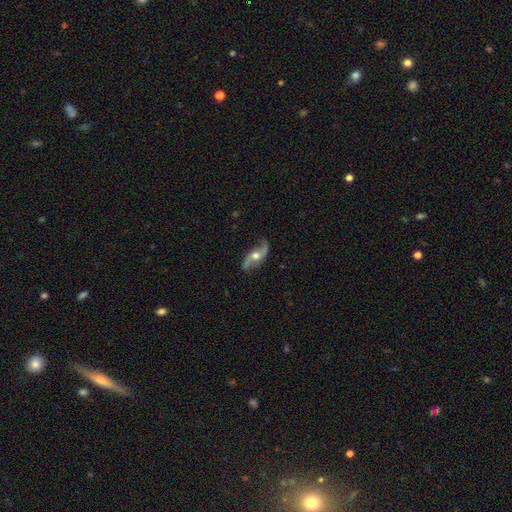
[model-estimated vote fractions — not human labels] A featured or disk galaxy (86%) with no bar (66%), 2 (94%) loose (80%) spiral arms (95%) and a moderate central bulge (75%). Merging: none (81%).